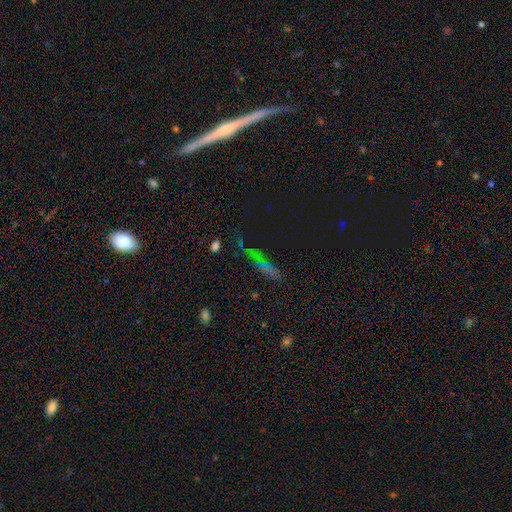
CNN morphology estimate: This appears to be a star or artifact, not a galaxy (48%).